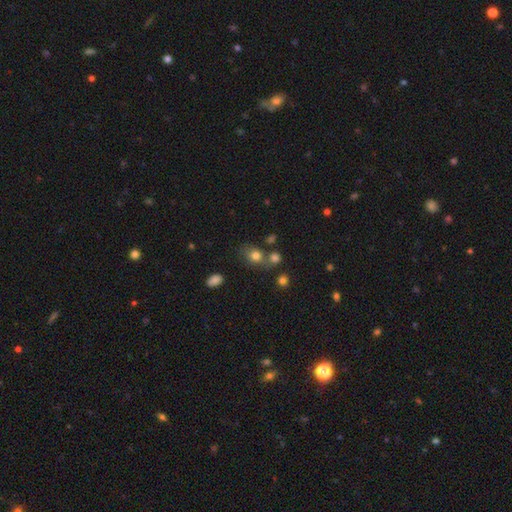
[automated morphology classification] Q: Smooth or featured?
A: smooth (76%); runner-up: star or artifact (13%)
Q: How rounded?
A: round (54%); runner-up: in between (45%)
Q: Merging?
A: none (57%); runner-up: merger (22%)